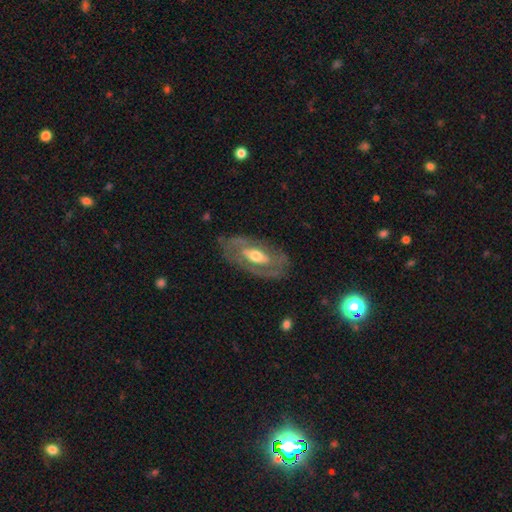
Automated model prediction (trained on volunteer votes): smooth_or_featured: featured or disk (p=0.71) [alt: smooth p=0.24]
disk_edge_on: no (p=0.88) [alt: yes p=0.12]
bar: no (p=0.53) [alt: weak p=0.28]
has_spiral_arms: yes (p=0.54) [alt: no p=0.46]
bulge_size: moderate (p=0.67) [alt: large p=0.16]
merging: none (p=0.76) [alt: minor disturbance p=0.16]